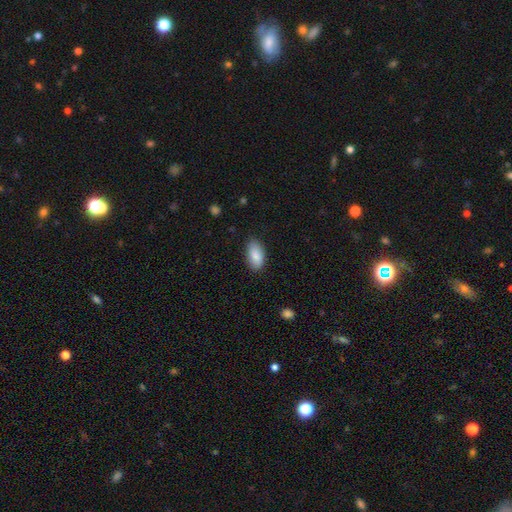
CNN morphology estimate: Overall: smooth (85%). How rounded: in between (94%). Merging: none (83%).